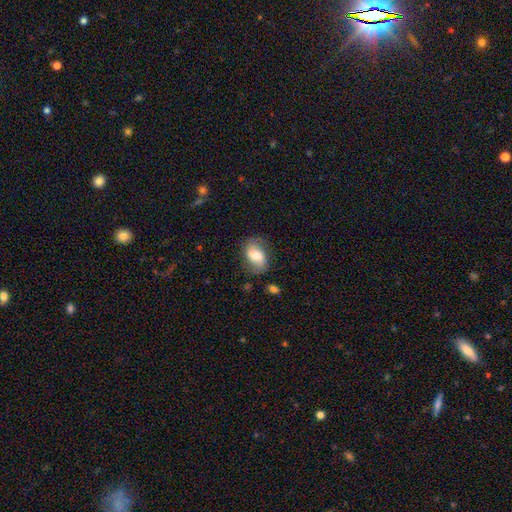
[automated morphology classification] smooth_or_featured: smooth (p=0.52) [alt: featured or disk p=0.40]
how_rounded: in between (p=0.81) [alt: round p=0.17]
merging: none (p=0.73) [alt: minor disturbance p=0.19]